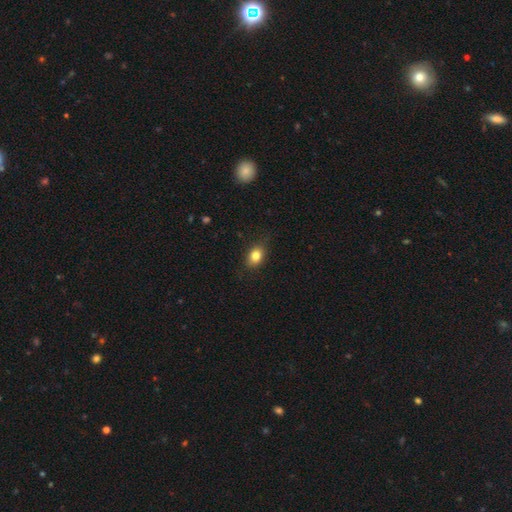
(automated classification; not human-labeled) Smooth or featured?
  - smooth: 81% *
  - star or artifact: 10%
  - featured or disk: 9%
How rounded?
  - in between: 69% *
  - round: 29%
  - cigar-shaped: 2%
Merging?
  - none: 80% *
  - minor disturbance: 16%
  - major disturbance: 3%
  - merger: 1%